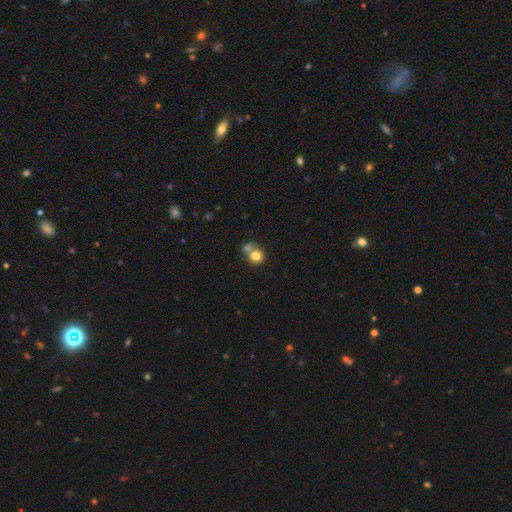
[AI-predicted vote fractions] Smooth or featured? smooth (78%)
How rounded? round (84%)
Merging? merger (48%)